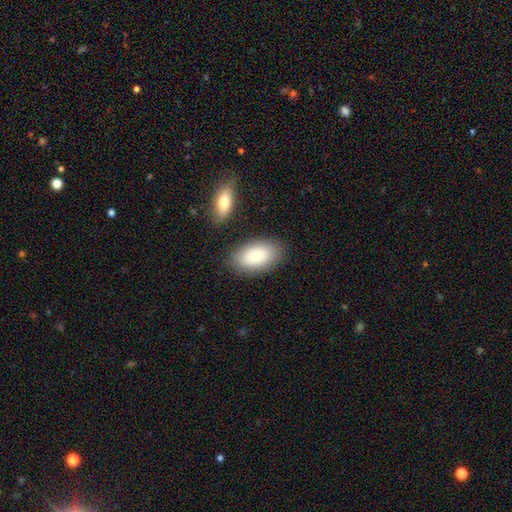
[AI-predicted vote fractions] A smooth galaxy with no disk features (78%) that is in between round and cigar-shaped (94%). Merging: none (82%).